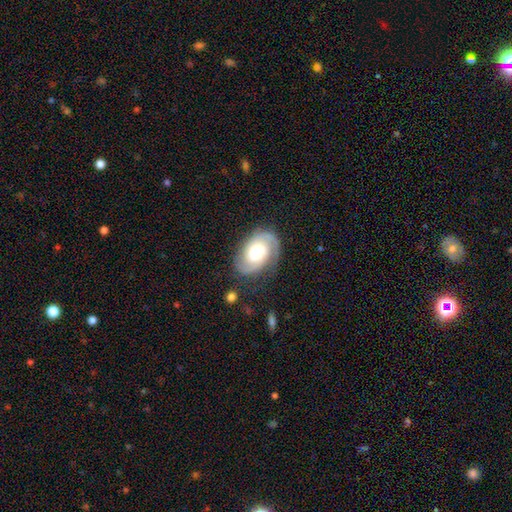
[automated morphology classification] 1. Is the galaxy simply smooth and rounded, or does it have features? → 82% featured or disk, 13% smooth, 5% star or artifact.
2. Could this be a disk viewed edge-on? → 97% no, 3% yes.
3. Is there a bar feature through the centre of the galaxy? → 65% no, 28% weak, 7% strong.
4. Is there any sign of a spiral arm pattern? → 95% yes, 5% no.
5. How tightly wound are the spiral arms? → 52% tight, 37% medium, 11% loose.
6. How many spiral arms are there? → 85% 2, 6% can't tell, 5% 1, 2% 3, 1% 4, 1% more than 4.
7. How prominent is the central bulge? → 48% moderate, 36% large, 9% small, 4% dominant, 2% none.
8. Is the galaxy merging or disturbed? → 76% none, 16% minor disturbance, 6% major disturbance, 2% merger.